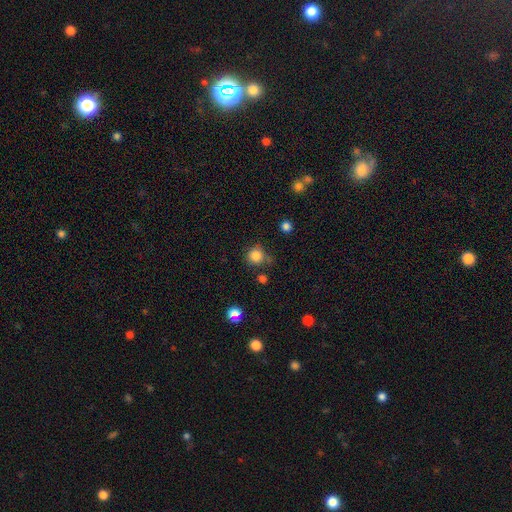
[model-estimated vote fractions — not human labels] Q: Smooth or featured?
A: smooth (83%); runner-up: star or artifact (12%)
Q: How rounded?
A: round (92%); runner-up: in between (7%)
Q: Merging?
A: none (73%); runner-up: minor disturbance (15%)